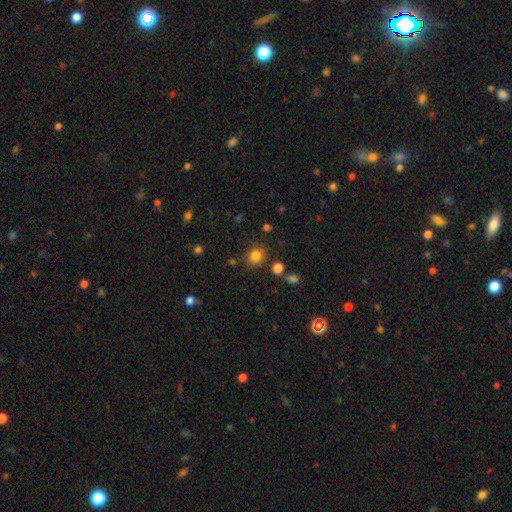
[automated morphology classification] Smooth or featured: smooth — 82% (star or artifact — 13%)
How rounded: round — 83% (in between — 16%)
Merging: none — 82% (minor disturbance — 10%)